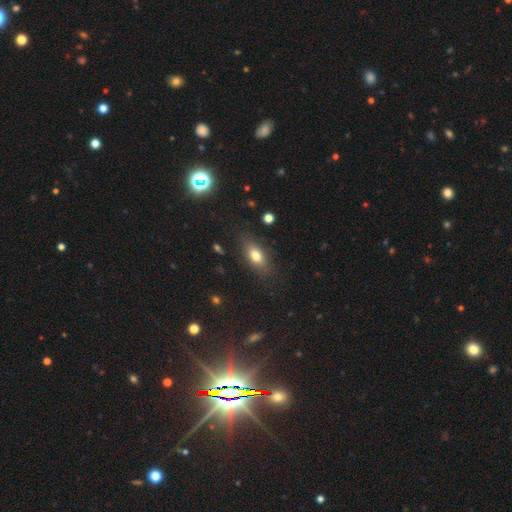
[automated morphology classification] smooth-or-featured: smooth: 75% | featured or disk: 15% | star or artifact: 10%
  how-rounded: in between: 79% | cigar-shaped: 12% | round: 8%
  merging: none: 81% | minor disturbance: 14% | major disturbance: 4% | merger: 1%